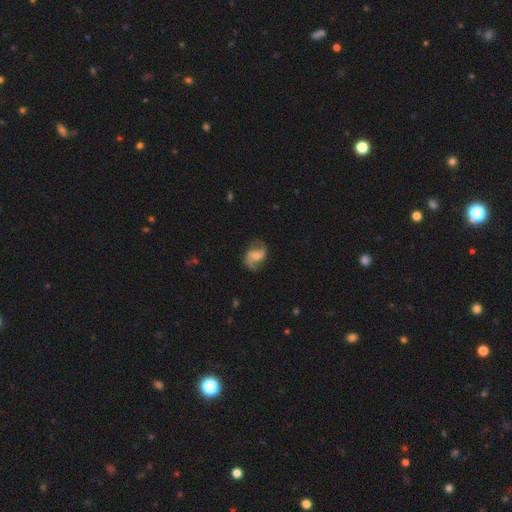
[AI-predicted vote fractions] A featured or disk galaxy (83%) with a weak bar (48%), 2 (91%) loose (46%) spiral arms (96%) and a small central bulge (48%). Merging: none (75%).